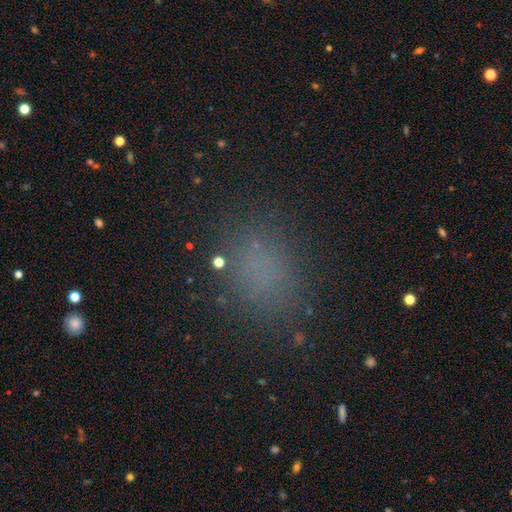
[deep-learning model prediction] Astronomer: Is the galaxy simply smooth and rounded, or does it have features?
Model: smooth — 69%.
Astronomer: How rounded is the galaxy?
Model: in between — 61% (runner-up: round, 36%).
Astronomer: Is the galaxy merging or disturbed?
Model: none — 82%.